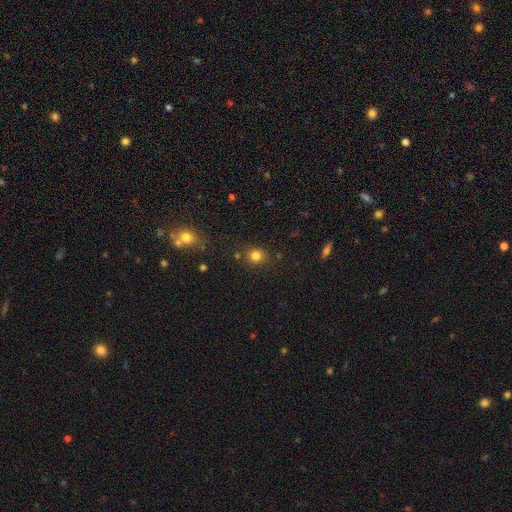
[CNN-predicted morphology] A smooth galaxy with no disk features (80%) that is round (82%). Merging: none (82%).